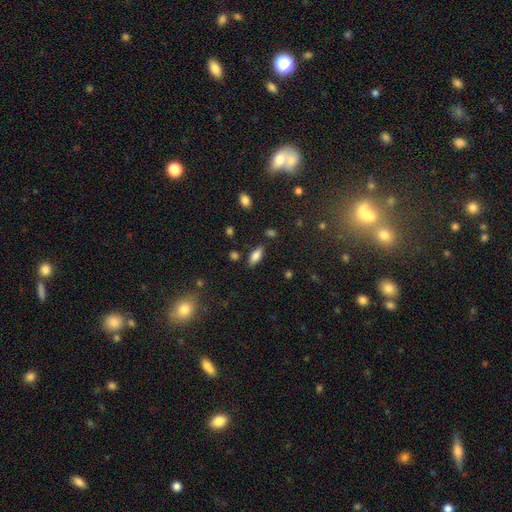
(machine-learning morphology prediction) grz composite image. It shows a smooth galaxy with no disk features (76%) that is in between round and cigar-shaped (79%). Merging: none (82%).